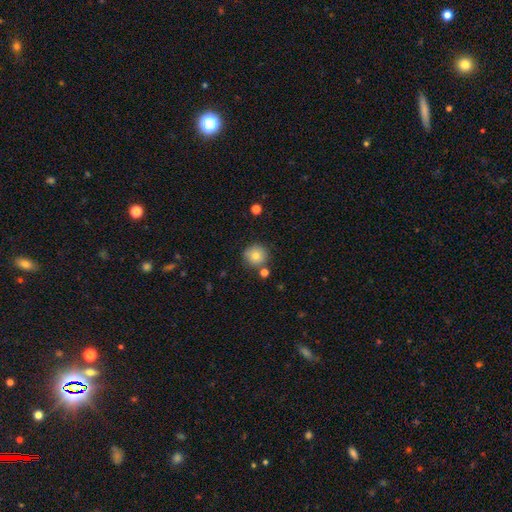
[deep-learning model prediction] smooth 79%, star or artifact 11%, featured or disk 10%. Down the decision tree: how rounded — round (93%); merging — none (80%).